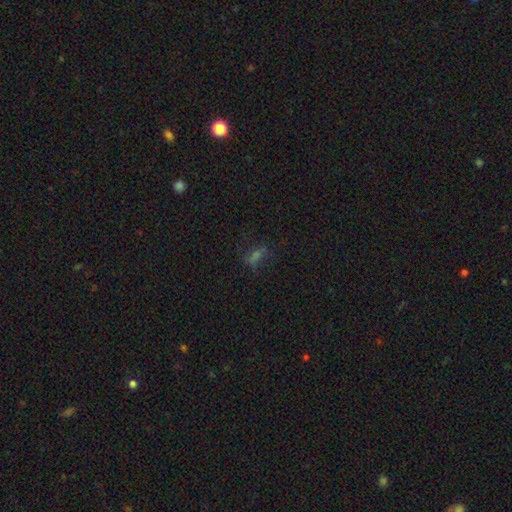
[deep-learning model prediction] This is marginally a smooth galaxy (45%). Merging: likely none (65%).